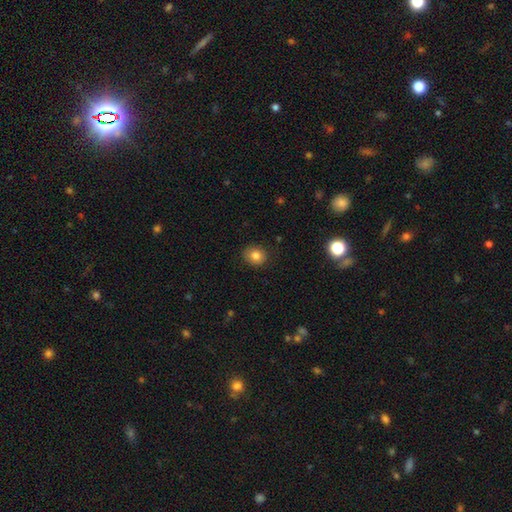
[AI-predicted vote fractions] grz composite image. It shows a smooth galaxy with no disk features (81%) that is round (78%). Merging: none (87%).